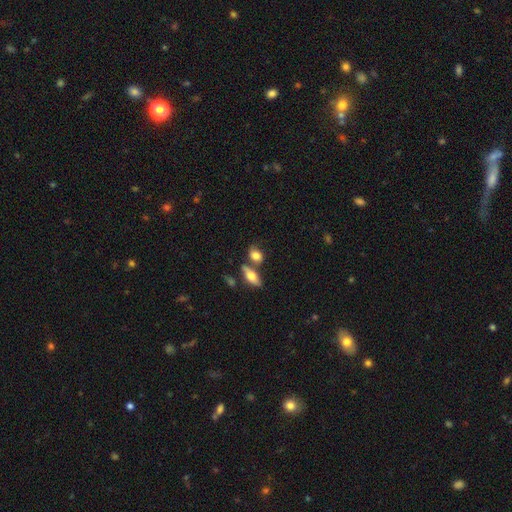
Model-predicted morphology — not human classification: Q: Smooth or featured?
A: smooth (74%); runner-up: featured or disk (17%)
Q: How rounded?
A: in between (70%); runner-up: round (23%)
Q: Merging?
A: none (49%); runner-up: merger (30%)